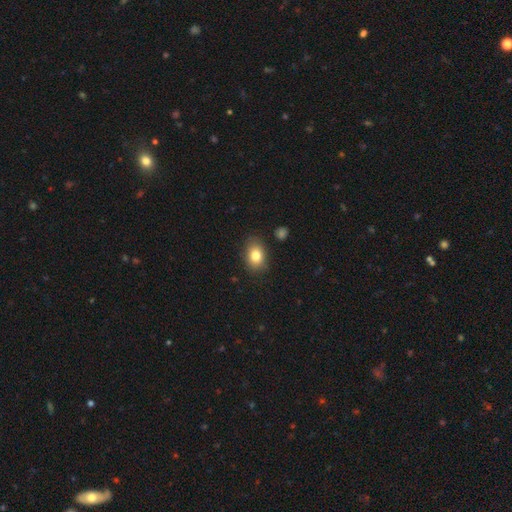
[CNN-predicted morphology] type=smooth (81%); roundness=in between (71%); merging=none (83%).